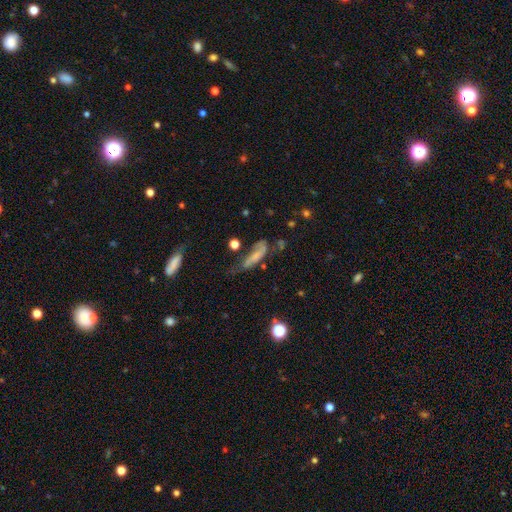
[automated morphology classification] type=smooth (52%); roundness=cigar-shaped (52%); merging=major disturbance (32%).